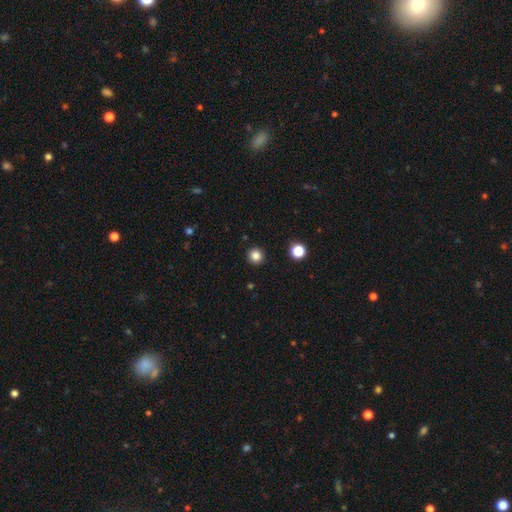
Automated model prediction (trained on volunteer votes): smooth 84%, star or artifact 12%, featured or disk 4%. Down the decision tree: how rounded — round (96%); merging — none (93%).